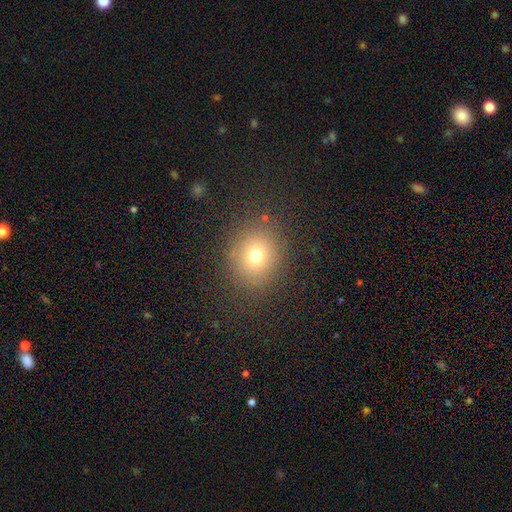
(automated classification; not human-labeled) smooth 71%, star or artifact 17%, featured or disk 12%. Down the decision tree: how rounded — round (75%); merging — none (84%).